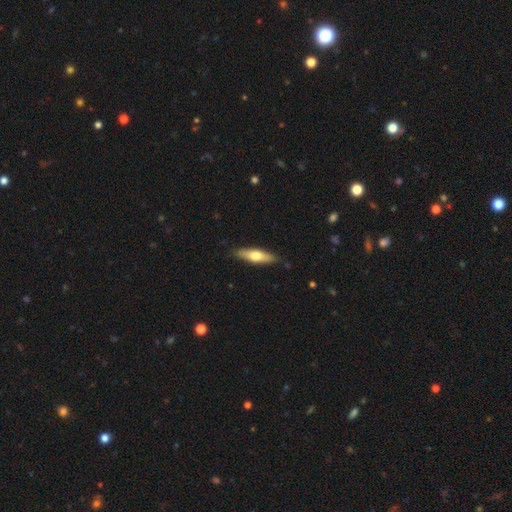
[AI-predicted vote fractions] A smooth galaxy with no disk features (57%) that is cigar-shaped (64%).

Vote fractions:
- Smooth or featured? smooth: 57% / featured or disk: 38% / star or artifact: 5%
- How rounded? cigar-shaped: 64% / in between: 34% / round: 2%
- Merging? none: 85% / minor disturbance: 11% / major disturbance: 2% / merger: 1%